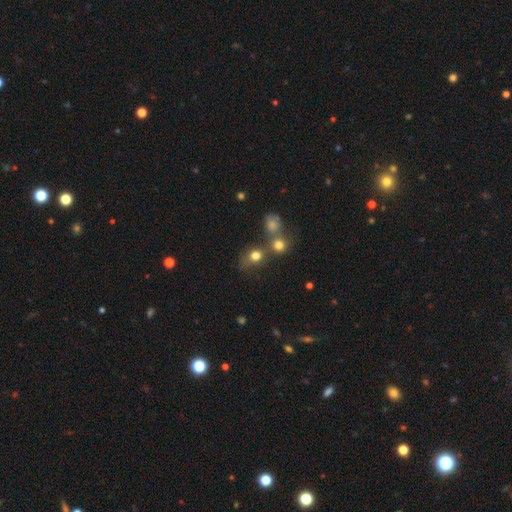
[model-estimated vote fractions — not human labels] Smooth or featured?
  - smooth: 75% *
  - star or artifact: 15%
  - featured or disk: 10%
How rounded?
  - round: 68% *
  - in between: 30%
  - cigar-shaped: 2%
Merging?
  - none: 44% *
  - merger: 36%
  - minor disturbance: 12%
  - major disturbance: 8%